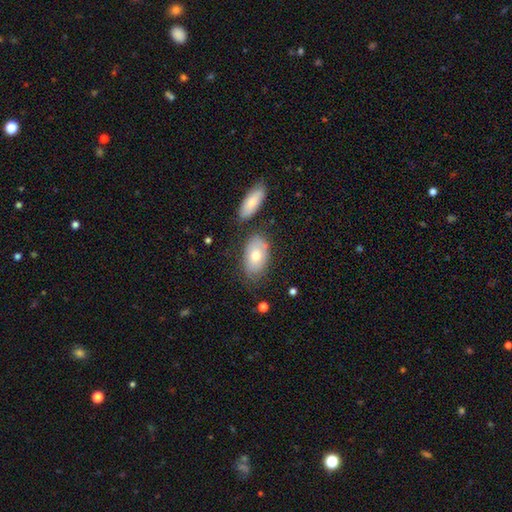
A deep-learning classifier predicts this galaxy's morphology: This is likely a smooth galaxy (69%). How rounded: clearly in between (90%). Merging: likely none (67%).